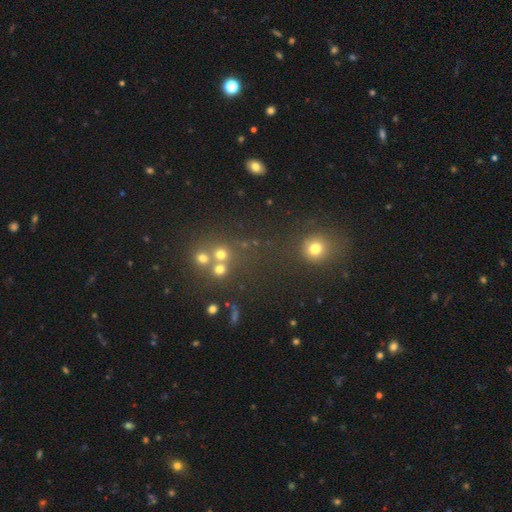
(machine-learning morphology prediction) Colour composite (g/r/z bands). It shows a star or artifact, not a galaxy (49%).